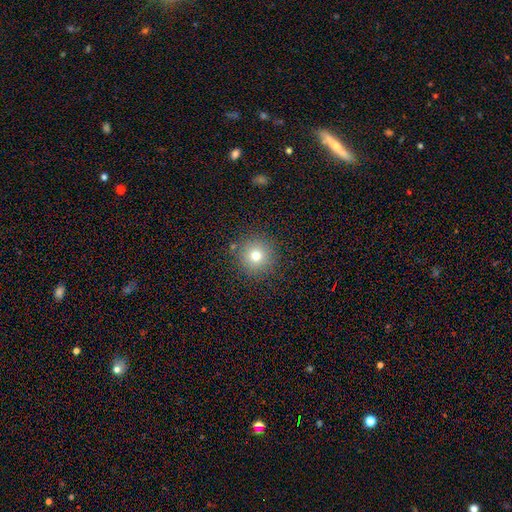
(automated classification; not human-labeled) This is likely a smooth galaxy (73%). How rounded: clearly round (95%). Merging: clearly none (88%).